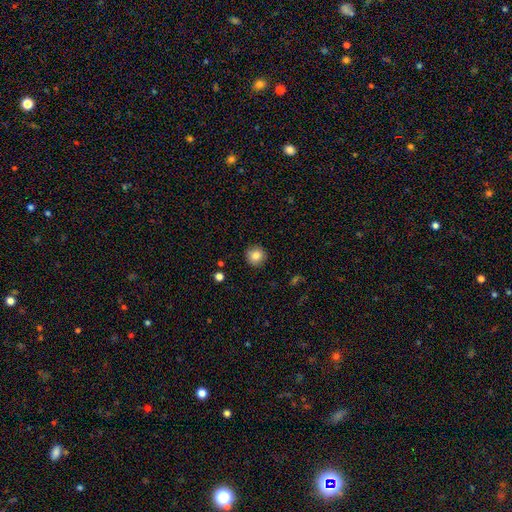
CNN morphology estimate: Q: Smooth or featured?
A: smooth (84%); runner-up: star or artifact (9%)
Q: How rounded?
A: round (93%); runner-up: in between (6%)
Q: Merging?
A: none (89%); runner-up: minor disturbance (7%)